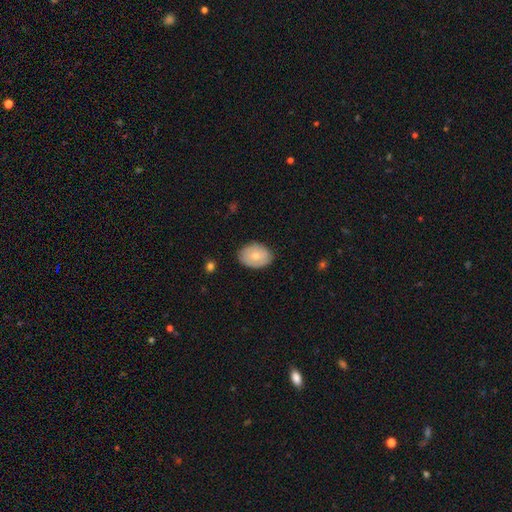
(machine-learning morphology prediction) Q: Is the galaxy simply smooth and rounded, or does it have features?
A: smooth — 67%.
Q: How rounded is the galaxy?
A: in between — 74%.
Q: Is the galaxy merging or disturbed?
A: none — 80%.